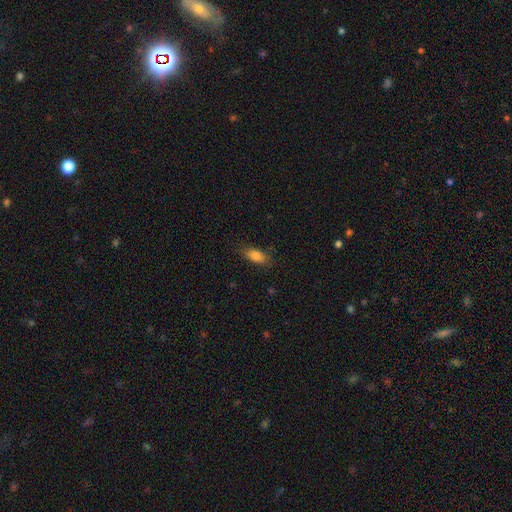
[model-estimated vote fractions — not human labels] The model was most divided on "merging": none: 80%, minor disturbance: 15%, major disturbance: 4%, merger: 1%. More confident: smooth or featured — smooth (85%); how rounded — in between (83%).